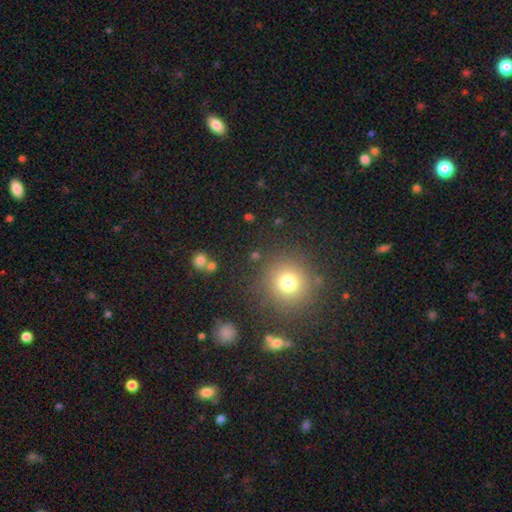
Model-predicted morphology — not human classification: Q: Smooth or featured?
A: smooth (67%); runner-up: star or artifact (25%)
Q: How rounded?
A: round (91%); runner-up: in between (7%)
Q: Merging?
A: none (85%); runner-up: minor disturbance (7%)